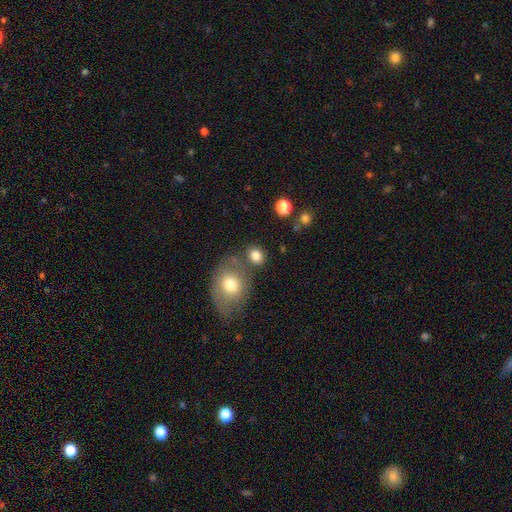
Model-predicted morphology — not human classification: A smooth galaxy with no disk features (82%) that is round (61%). Merging: none (68%).